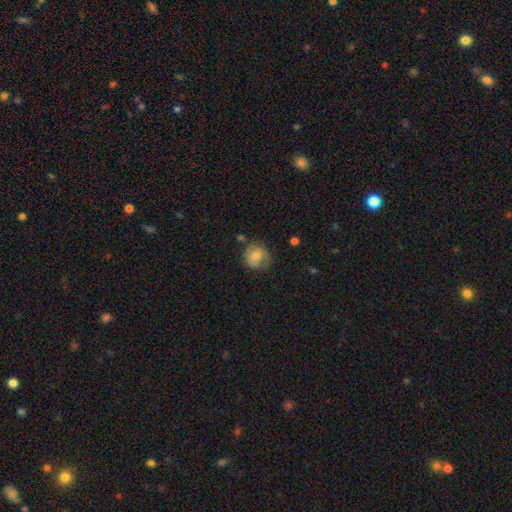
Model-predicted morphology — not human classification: This appears to be a smooth galaxy with no disk features (66%) that is round (81%). Merging: none (61%).